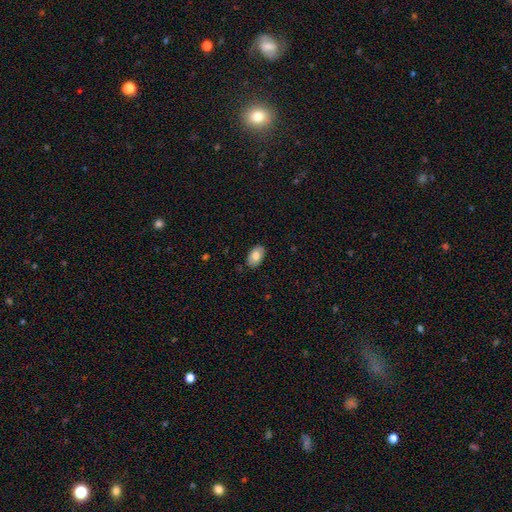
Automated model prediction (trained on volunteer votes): The model was most divided on "smooth or featured": smooth: 77%, featured or disk: 17%, star or artifact: 7%. More confident: how rounded — in between (92%); merging — none (85%).